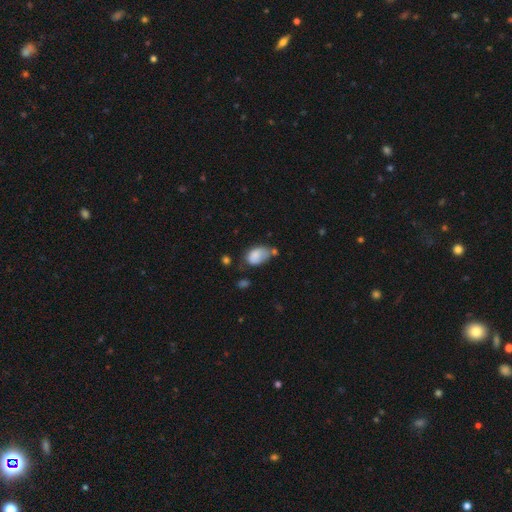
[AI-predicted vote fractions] The model was most divided on "merging": none: 36%, minor disturbance: 35%, major disturbance: 16%, merger: 13%. More confident: how rounded — in between (88%); smooth or featured — smooth (81%).